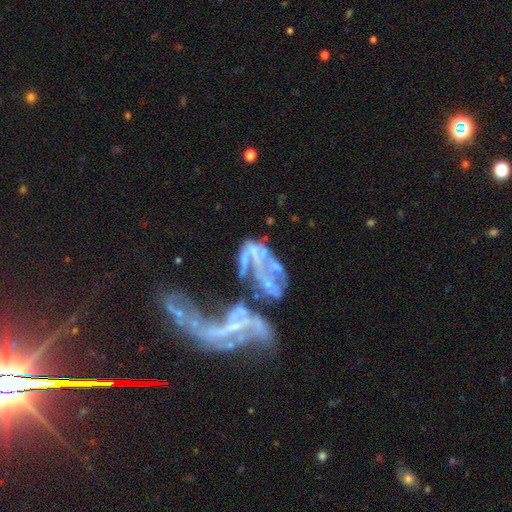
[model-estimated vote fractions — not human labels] Smooth or featured? Predicted: featured or disk (p=0.67). Edge-on disk? Predicted: no (p=0.96). Bar? Predicted: no (p=0.77). Spiral arms? Predicted: no (p=0.66). Bulge size? Predicted: none (p=0.58). Merging? Predicted: merger (p=0.52).